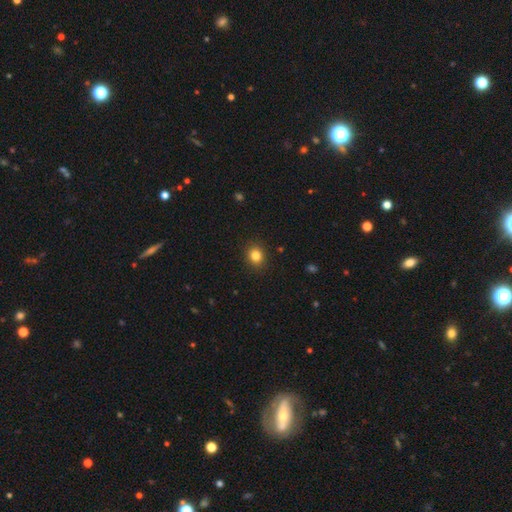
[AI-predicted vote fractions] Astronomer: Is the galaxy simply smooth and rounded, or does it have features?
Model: smooth — 83%.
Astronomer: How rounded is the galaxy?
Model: round — 72%.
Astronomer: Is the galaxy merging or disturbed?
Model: none — 90%.